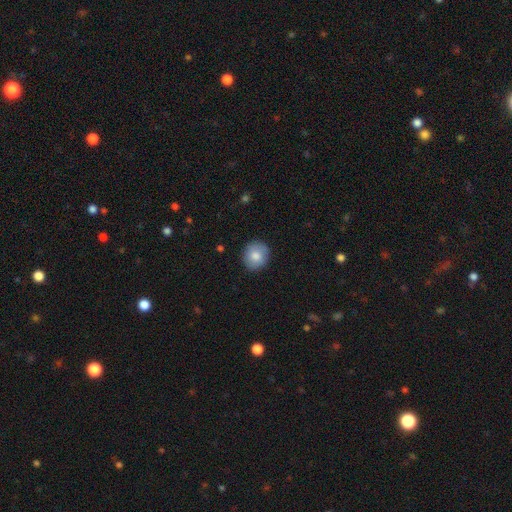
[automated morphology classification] This appears to be a smooth galaxy with no disk features (82%) that is round (85%). Merging: none (87%).